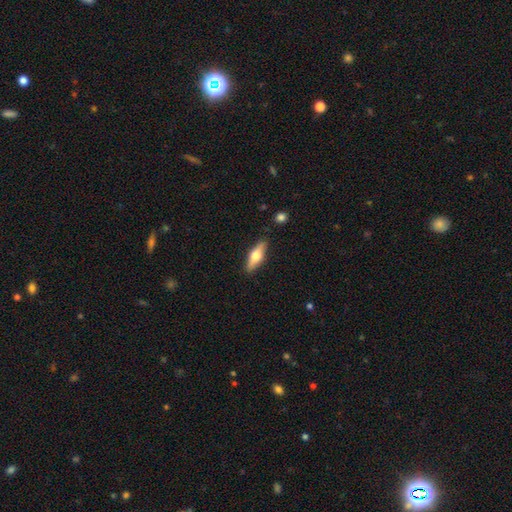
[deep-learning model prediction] Morphology: type=smooth (50%); roundness=in between (52%); merging=none (87%).